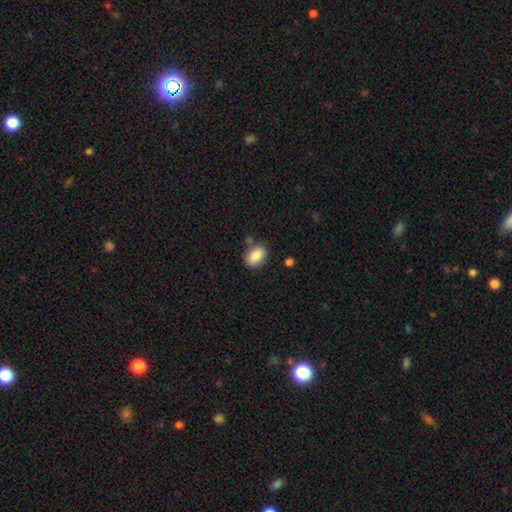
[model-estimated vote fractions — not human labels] smooth_or_featured: smooth (p=0.87) [alt: star or artifact p=0.07]
how_rounded: in between (p=0.85) [alt: round p=0.14]
merging: none (p=0.77) [alt: minor disturbance p=0.14]